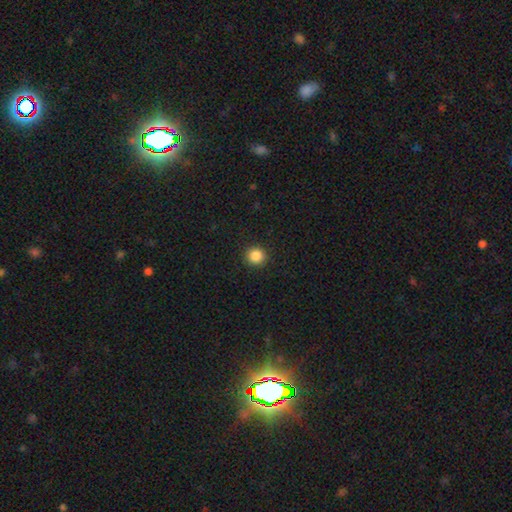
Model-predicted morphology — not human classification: Smooth or featured: smooth — 87% (star or artifact — 10%)
How rounded: round — 93% (in between — 6%)
Merging: none — 92% (minor disturbance — 5%)